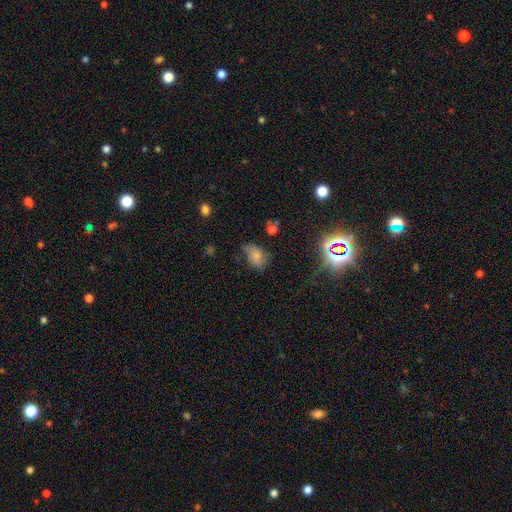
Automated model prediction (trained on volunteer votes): This appears to be a smooth galaxy with no disk features (60%) that is in between round and cigar-shaped (77%). Merging: none (44%).